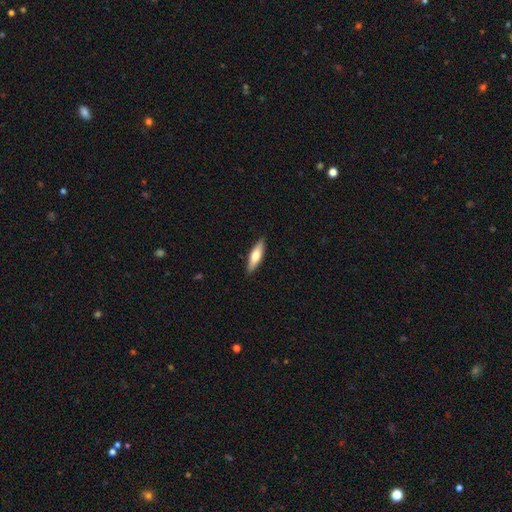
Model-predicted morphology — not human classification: Overall: smooth (62%; featured or disk 33%). How rounded: cigar-shaped (60%; in between 39%). Merging: none (89%).